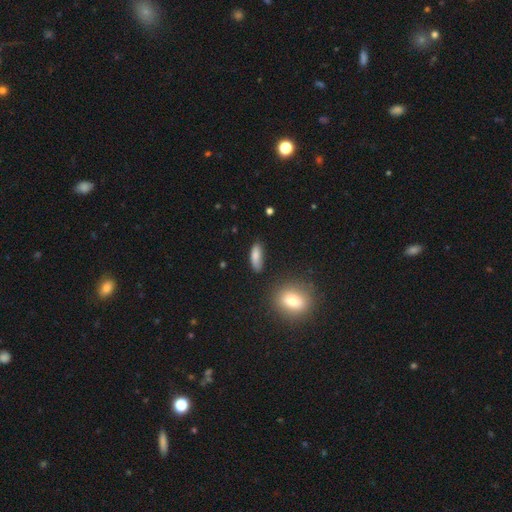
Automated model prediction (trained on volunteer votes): The model was most divided on "how rounded": in between: 63%, cigar-shaped: 34%, round: 3%. More confident: smooth or featured — smooth (82%); merging — none (75%).